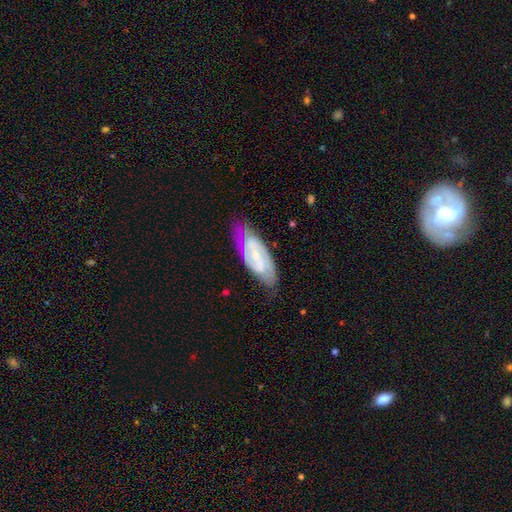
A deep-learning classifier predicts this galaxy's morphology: type=featured or disk (79%); edge-on=no (91%); bar=weak (45%); spiral arms=yes (88%); winding=tight (45%); arm count=2 (78%); bulge=small (68%); merging=none (76%).